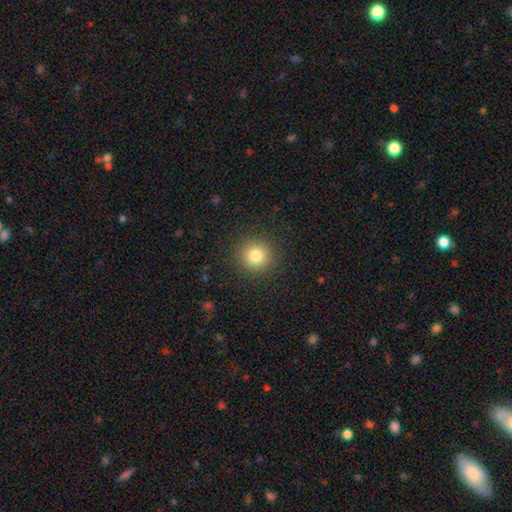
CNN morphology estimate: type=smooth (80%); roundness=round (95%); merging=none (91%).